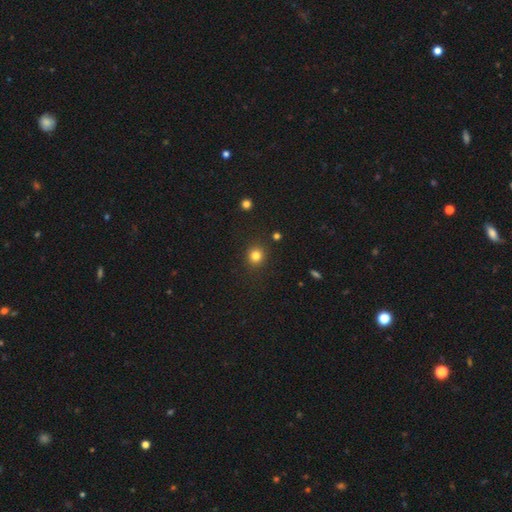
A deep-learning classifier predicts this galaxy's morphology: smooth-or-featured: smooth: 82% | star or artifact: 13% | featured or disk: 5%
  how-rounded: round: 88% | in between: 11% | cigar-shaped: 1%
  merging: none: 89% | minor disturbance: 7% | major disturbance: 2% | merger: 2%